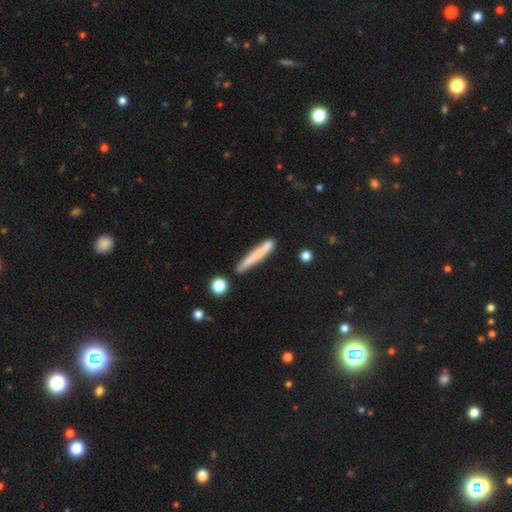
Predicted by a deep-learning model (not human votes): The model was most divided on "smooth or featured": smooth: 65%, featured or disk: 28%, star or artifact: 6%. More confident: how rounded — cigar-shaped (95%); merging — none (79%).